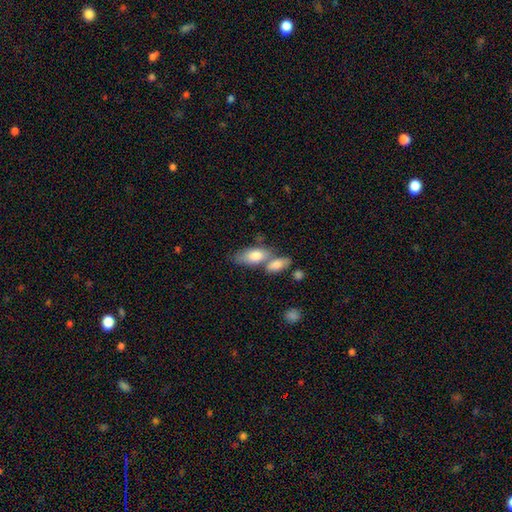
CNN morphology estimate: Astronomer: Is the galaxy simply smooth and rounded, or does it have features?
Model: smooth — 77%.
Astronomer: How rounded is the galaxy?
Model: in between — 85%.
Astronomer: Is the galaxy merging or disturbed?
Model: merger — 49% (runner-up: none, 32%).